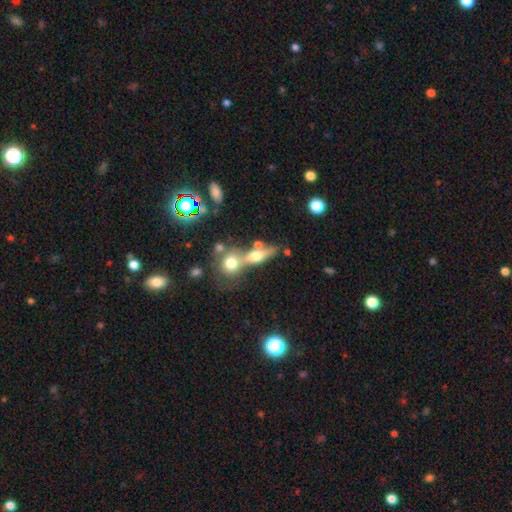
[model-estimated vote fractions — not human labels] A smooth galaxy with no disk features (48%). Merging: merger (46%).